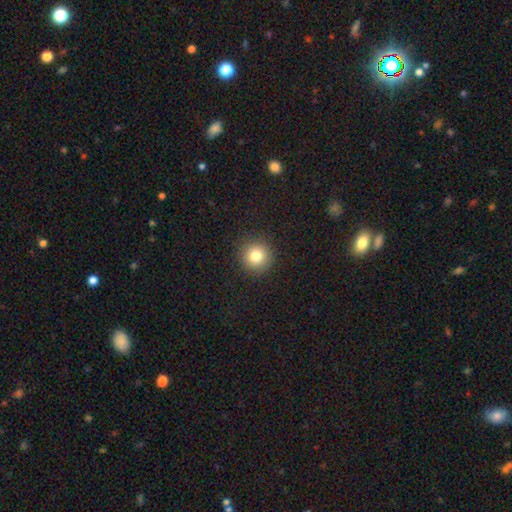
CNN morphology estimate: type=smooth (81%); roundness=round (95%); merging=none (91%).